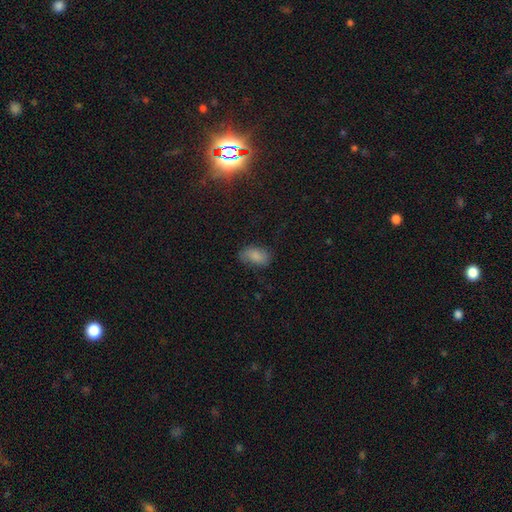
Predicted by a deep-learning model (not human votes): A smooth galaxy with no disk features (78%) that is in between round and cigar-shaped (92%). Merging: none (68%).